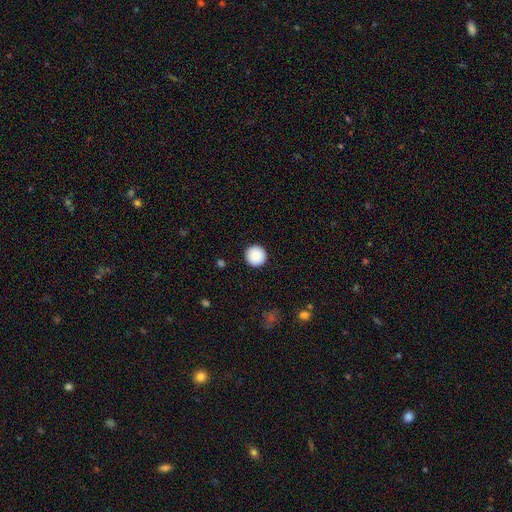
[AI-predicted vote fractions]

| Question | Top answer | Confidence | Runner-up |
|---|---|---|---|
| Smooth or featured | smooth | 88% | star or artifact (7%) |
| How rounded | round | 96% | in between (3%) |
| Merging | none | 93% | minor disturbance (4%) |